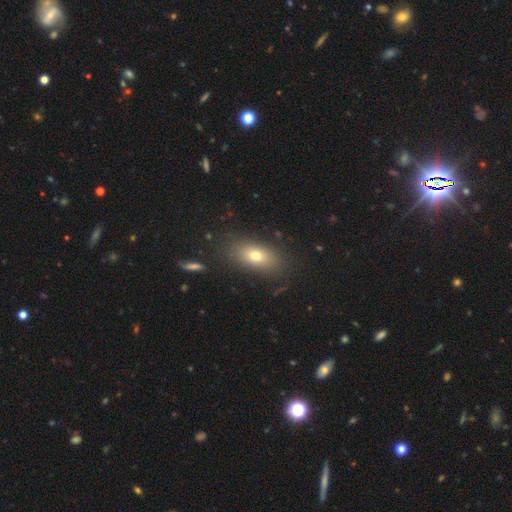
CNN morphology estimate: Q: Smooth or featured?
A: smooth (73%); runner-up: featured or disk (16%)
Q: How rounded?
A: in between (83%); runner-up: round (11%)
Q: Merging?
A: none (83%); runner-up: minor disturbance (11%)